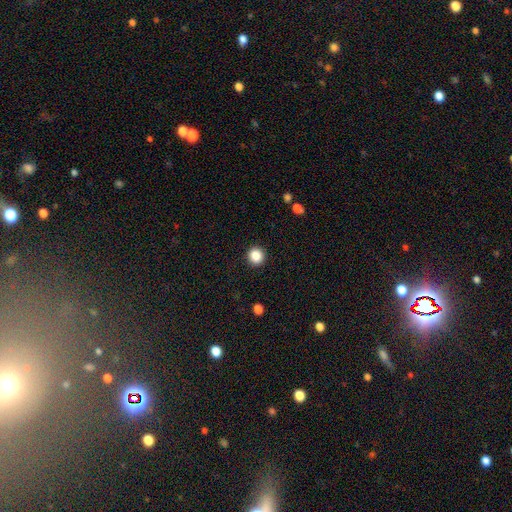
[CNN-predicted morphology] This is clearly a smooth galaxy (87%). How rounded: clearly round (93%). Merging: clearly none (92%).